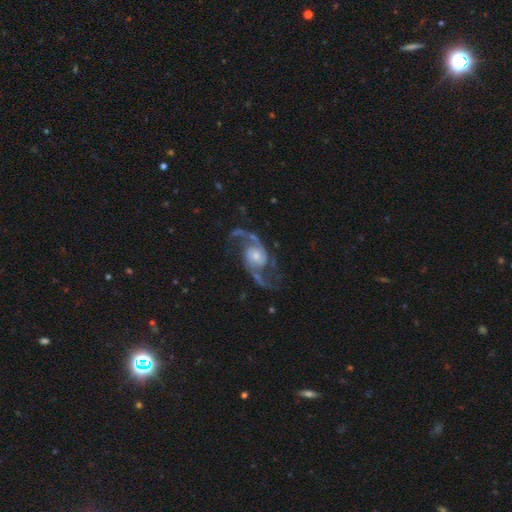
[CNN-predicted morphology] This is clearly a featured or disk galaxy (91%). It is clearly not viewed edge-on (97%). Bar: likely no (64%). Spiral arm pattern: clearly yes (98%). Spiral arm count: clearly 2 (93%). Spiral winding: possibly loose (52%). Central bulge: possibly small (48%). Merging: likely none (75%).